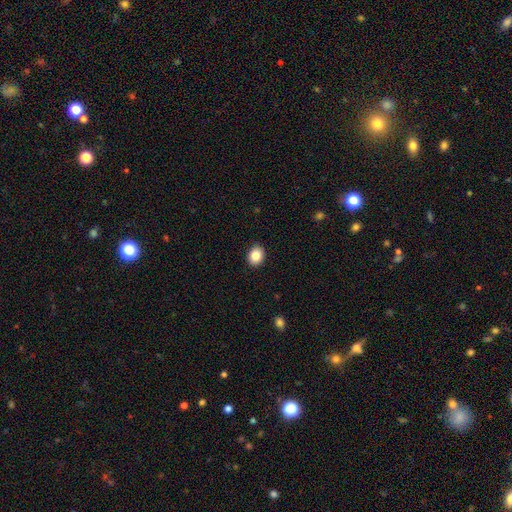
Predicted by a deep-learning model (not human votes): This is clearly a smooth galaxy (85%). How rounded: possibly round (51%). Merging: clearly none (89%).